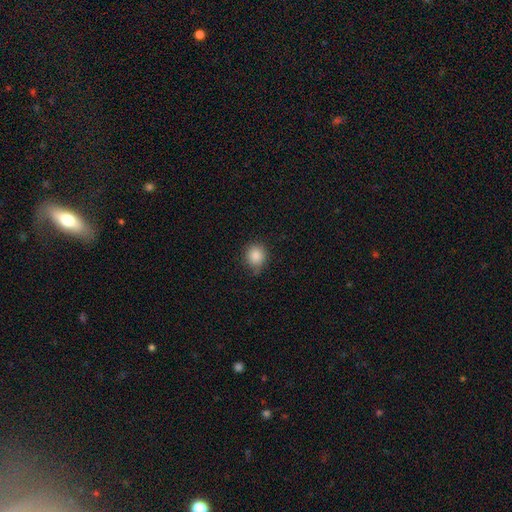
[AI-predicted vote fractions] Overall: smooth (86%). How rounded: round (79%). Merging: none (72%).